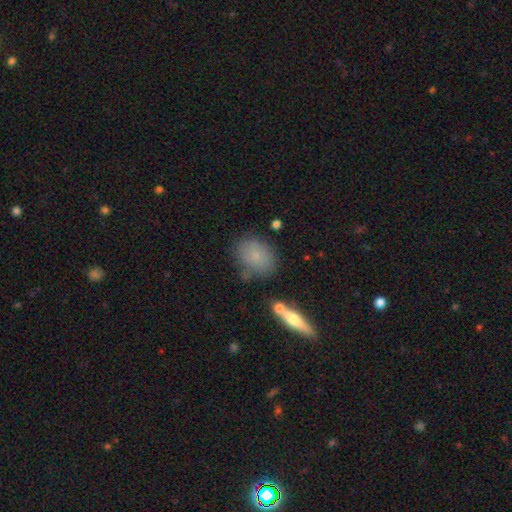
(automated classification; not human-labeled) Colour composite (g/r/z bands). It shows a smooth galaxy with no disk features (78%) that is in between round and cigar-shaped (55%). Merging: none (72%).